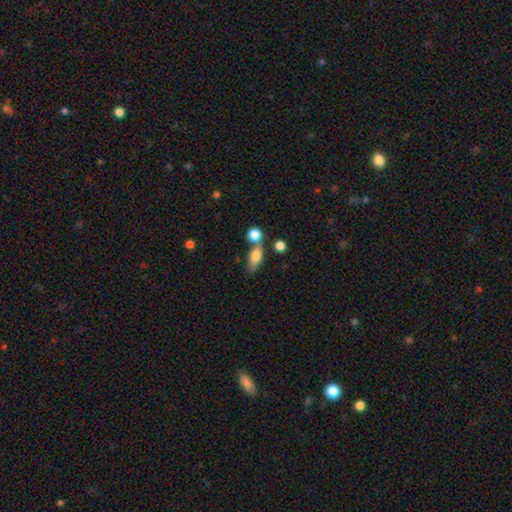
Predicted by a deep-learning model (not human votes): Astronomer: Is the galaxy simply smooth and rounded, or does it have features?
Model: smooth — 77%.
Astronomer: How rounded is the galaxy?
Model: in between — 73%.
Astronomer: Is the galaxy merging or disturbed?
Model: none — 51% (runner-up: merger, 30%).